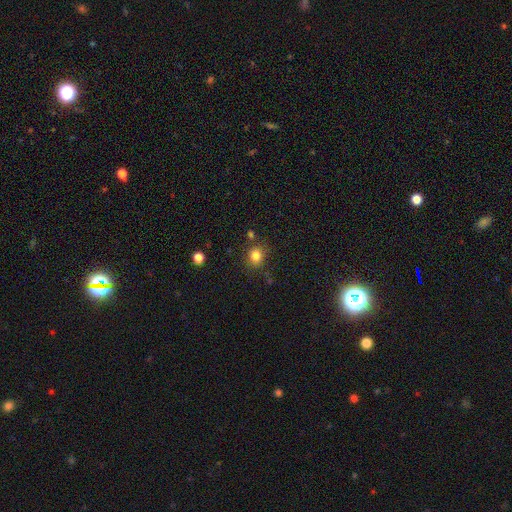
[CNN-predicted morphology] A smooth galaxy with no disk features (82%) that is round (78%).

Vote fractions:
- Smooth or featured? smooth: 82% / star or artifact: 12% / featured or disk: 6%
- How rounded? round: 78% / in between: 21% / cigar-shaped: 1%
- Merging? none: 82% / minor disturbance: 11% / merger: 5% / major disturbance: 3%